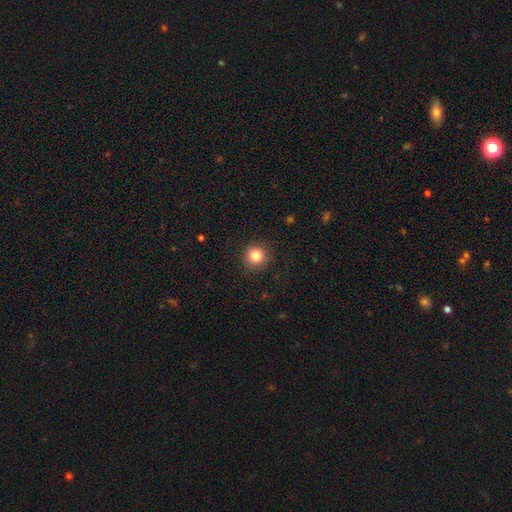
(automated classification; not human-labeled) This is clearly a smooth galaxy (84%). How rounded: clearly round (93%). Merging: clearly none (90%).